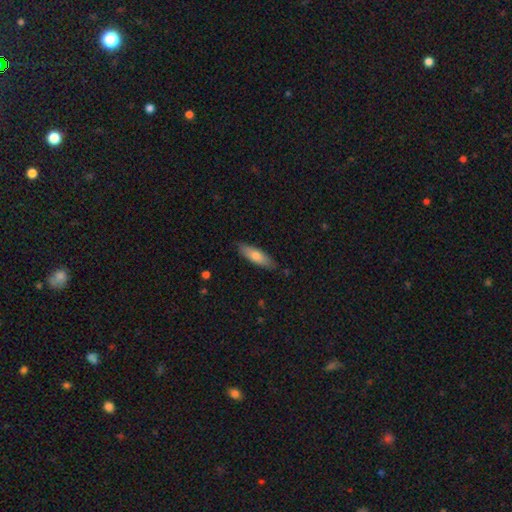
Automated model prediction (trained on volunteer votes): smooth-or-featured: smooth: 71% | featured or disk: 23% | star or artifact: 6%
  how-rounded: cigar-shaped: 51% | in between: 48% | round: 2%
  merging: none: 86% | minor disturbance: 11% | major disturbance: 2% | merger: 1%